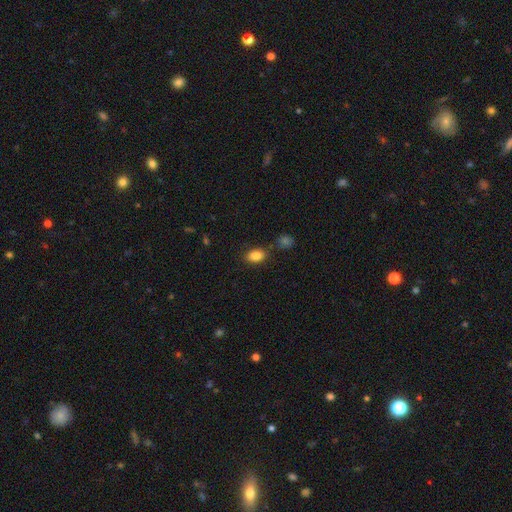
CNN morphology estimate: Smooth or featured? Predicted: smooth (p=0.87). How rounded? Predicted: in between (p=0.88). Merging? Predicted: none (p=0.78).